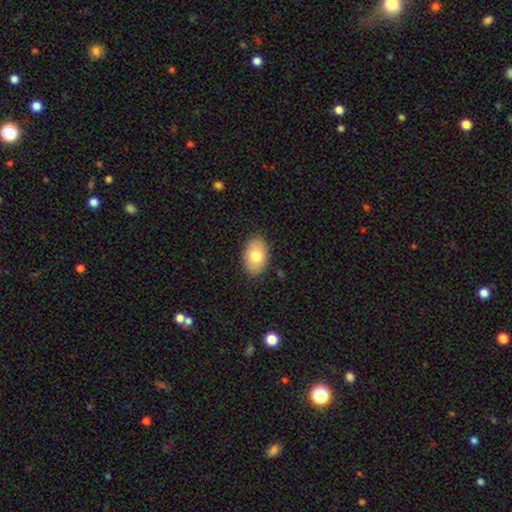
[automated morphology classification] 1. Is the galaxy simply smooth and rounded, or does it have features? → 76% smooth, 17% featured or disk, 7% star or artifact.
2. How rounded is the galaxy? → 88% in between, 11% round, 1% cigar-shaped.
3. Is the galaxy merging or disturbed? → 87% none, 10% minor disturbance, 2% major disturbance, 1% merger.